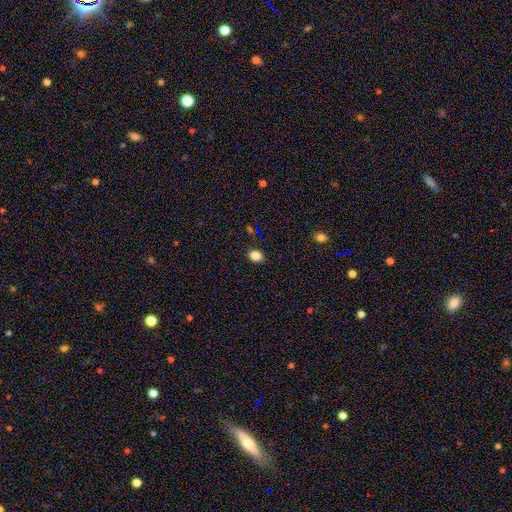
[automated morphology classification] This is clearly a smooth galaxy (84%). How rounded: possibly in between (55%). Merging: clearly none (90%).